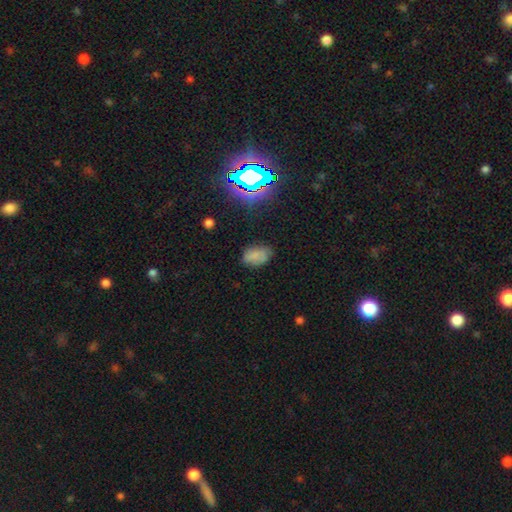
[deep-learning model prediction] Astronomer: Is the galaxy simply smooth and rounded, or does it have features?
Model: smooth — 74%.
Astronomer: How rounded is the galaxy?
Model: in between — 88%.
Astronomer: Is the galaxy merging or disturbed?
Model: none — 72%.